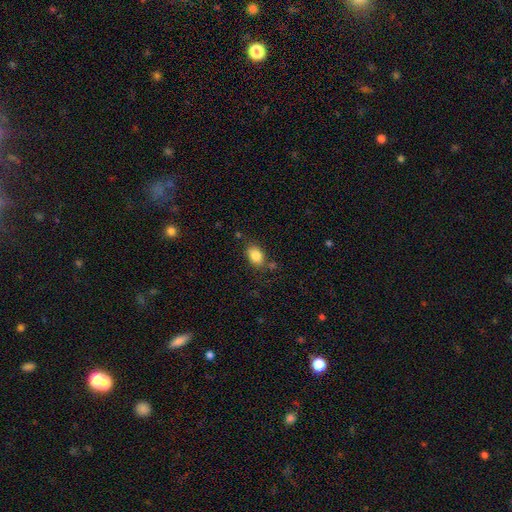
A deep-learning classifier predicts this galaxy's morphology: Q: Smooth or featured?
A: smooth (84%); runner-up: star or artifact (9%)
Q: How rounded?
A: in between (78%); runner-up: round (21%)
Q: Merging?
A: none (73%); runner-up: minor disturbance (17%)